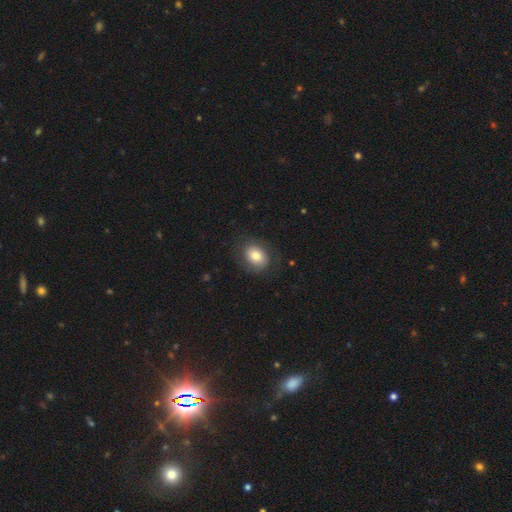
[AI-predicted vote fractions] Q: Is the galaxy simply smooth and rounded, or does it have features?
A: smooth — 73%.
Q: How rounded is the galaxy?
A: in between — 53%.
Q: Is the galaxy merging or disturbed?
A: none — 77%.